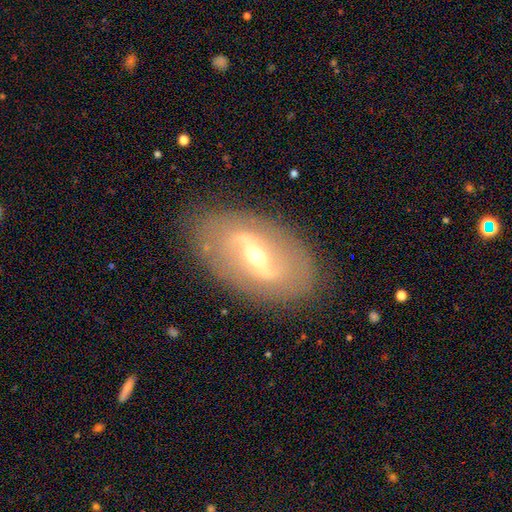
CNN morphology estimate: Smooth or featured: featured or disk — 81% (smooth — 12%)
Edge-on disk: no — 91% (yes — 9%)
Bar: strong — 55% (weak — 35%)
Spiral arms: yes — 68% (no — 32%)
Spiral winding: loose — 49% (medium — 34%)
Spiral arm count: 2 — 85% (can't tell — 9%)
Bulge size: moderate — 66% (small — 20%)
Merging: none — 82% (minor disturbance — 11%)